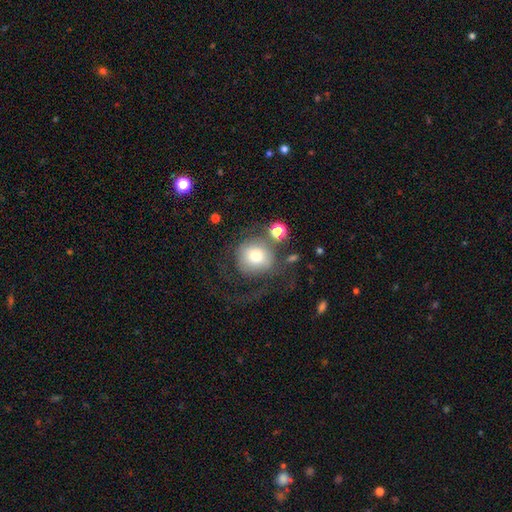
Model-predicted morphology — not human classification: This appears to be a smooth galaxy with no disk features (63%) that is round (88%). Merging: none (42%).